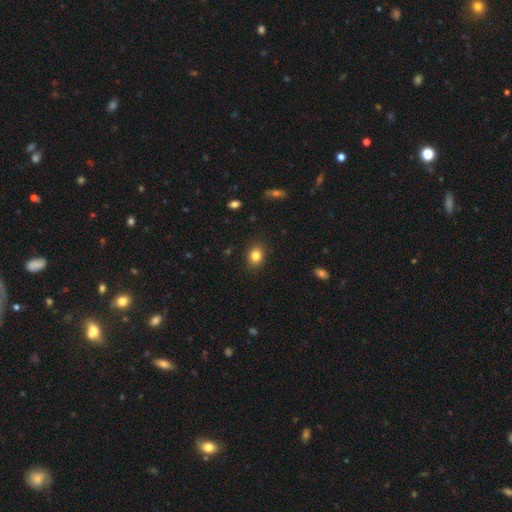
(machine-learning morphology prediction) type=smooth (83%); roundness=in between (50%); merging=none (88%).